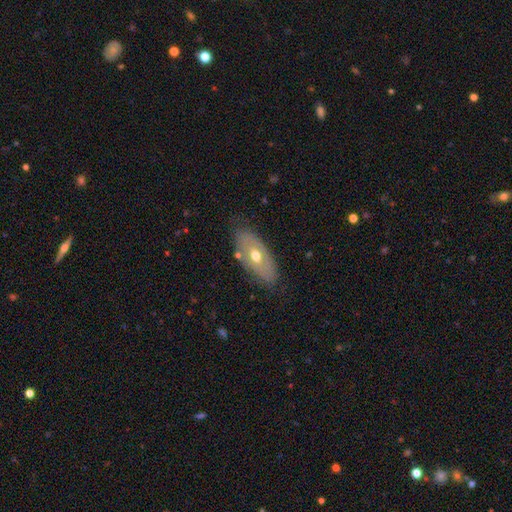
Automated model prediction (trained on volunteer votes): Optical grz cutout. It shows a featured or disk galaxy (52%). Merging: none (77%).